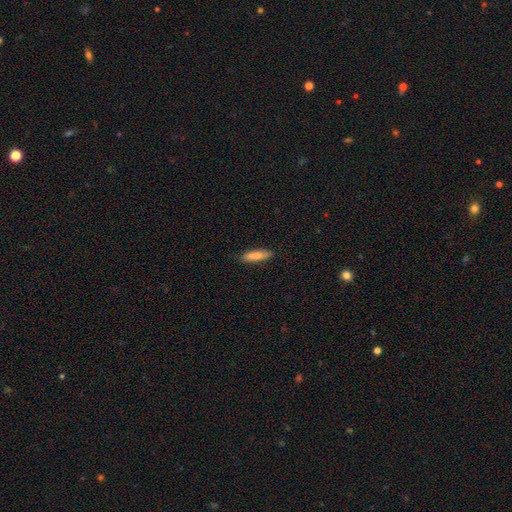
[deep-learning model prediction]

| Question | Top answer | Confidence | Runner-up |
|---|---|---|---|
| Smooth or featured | smooth | 84% | featured or disk (10%) |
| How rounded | cigar-shaped | 71% | in between (27%) |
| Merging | none | 87% | minor disturbance (10%) |